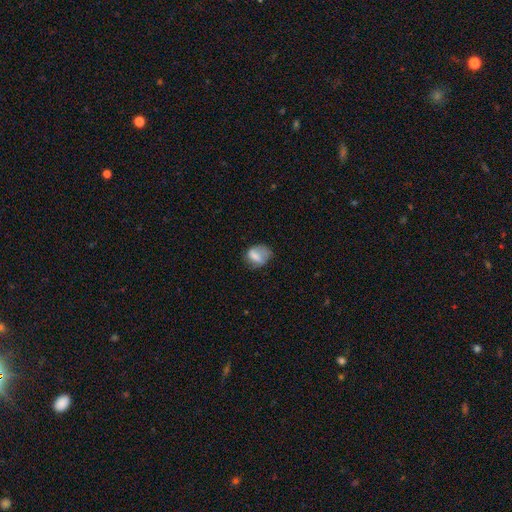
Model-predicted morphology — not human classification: A smooth galaxy with no disk features (69%) that is in between round and cigar-shaped (61%). Merging: none (48%).